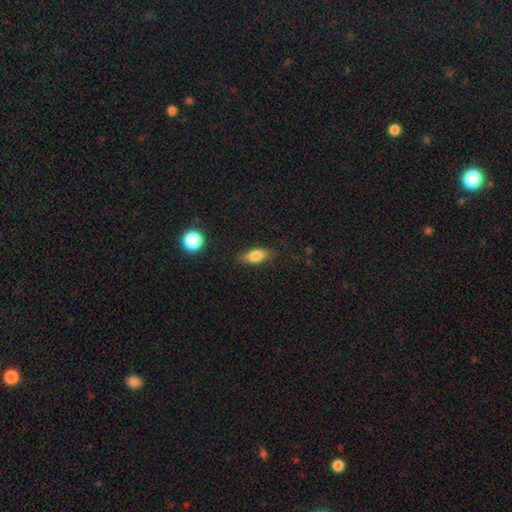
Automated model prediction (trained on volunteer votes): smooth 78%, featured or disk 13%, star or artifact 9%. Down the decision tree: how rounded — in between (80%); merging — none (79%).